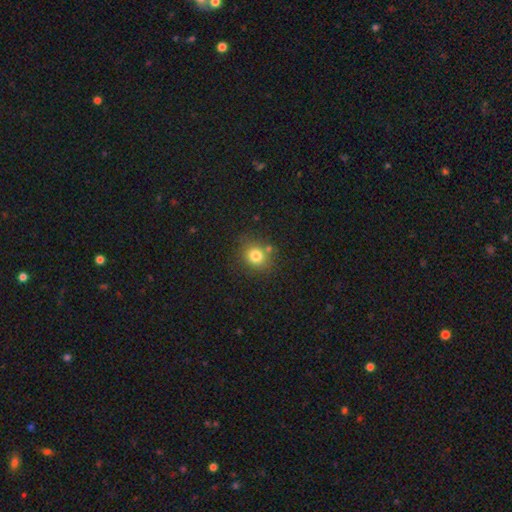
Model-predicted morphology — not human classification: This is likely a smooth galaxy (79%). How rounded: likely round (79%). Merging: likely none (75%).